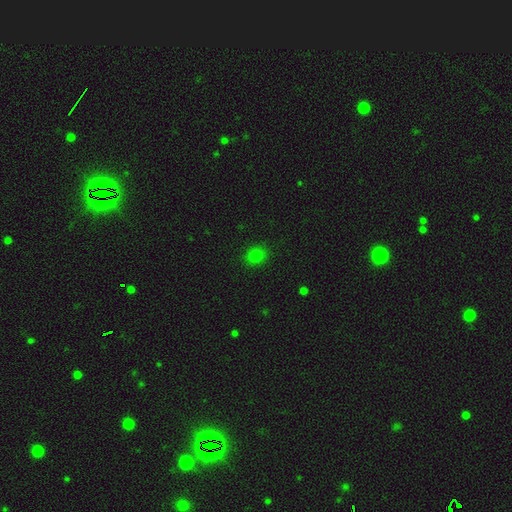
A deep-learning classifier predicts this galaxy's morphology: smooth 78%, star or artifact 17%, featured or disk 5%. Down the decision tree: how rounded — round (73%); merging — none (89%).